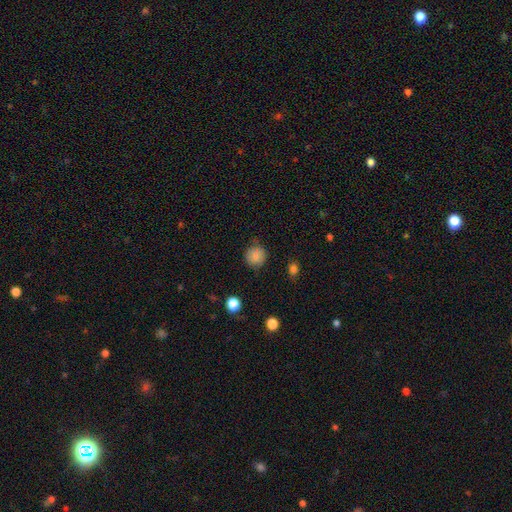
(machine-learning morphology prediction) Smooth or featured?
  - smooth: 83% *
  - star or artifact: 10%
  - featured or disk: 7%
How rounded?
  - round: 89% *
  - in between: 10%
  - cigar-shaped: 1%
Merging?
  - none: 80% *
  - minor disturbance: 14%
  - major disturbance: 4%
  - merger: 2%